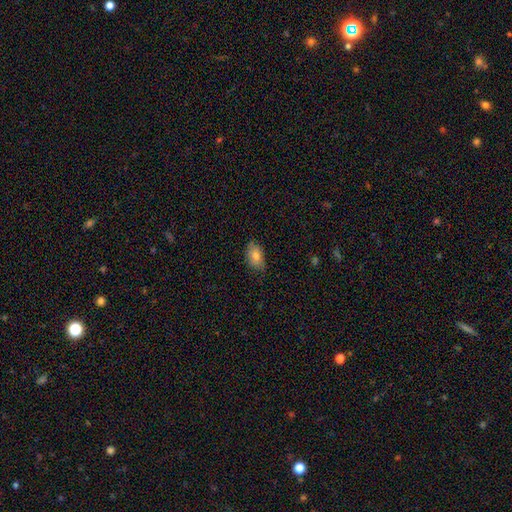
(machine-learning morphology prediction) This is likely a smooth galaxy (79%). How rounded: clearly in between (89%). Merging: likely none (79%).